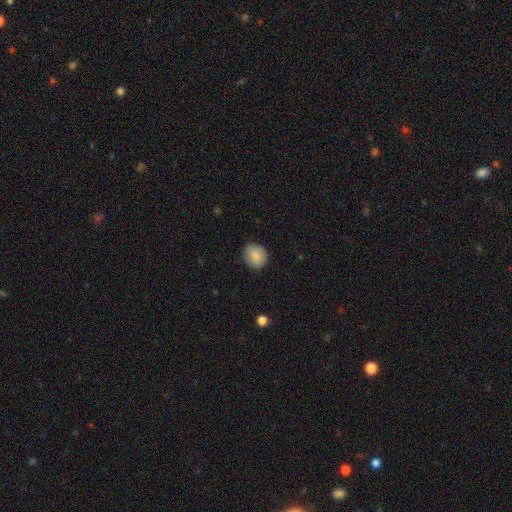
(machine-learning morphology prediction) smooth-or-featured: smooth: 84% | star or artifact: 8% | featured or disk: 8%
  how-rounded: round: 73% | in between: 26% | cigar-shaped: 1%
  merging: none: 78% | minor disturbance: 18% | major disturbance: 3% | merger: 1%